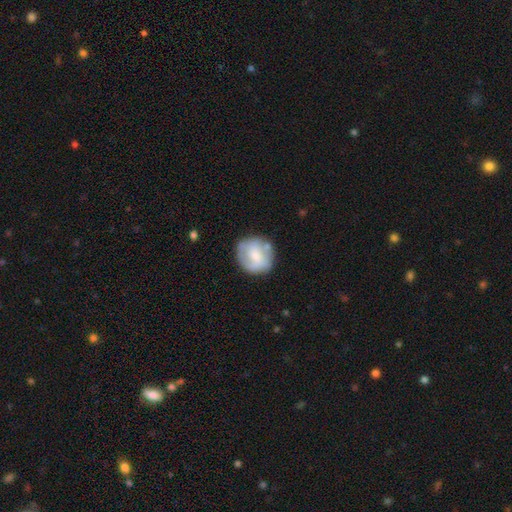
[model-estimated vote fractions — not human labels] smooth 48%, featured or disk 45%, star or artifact 6%. Down the decision tree: merging — none (66%).